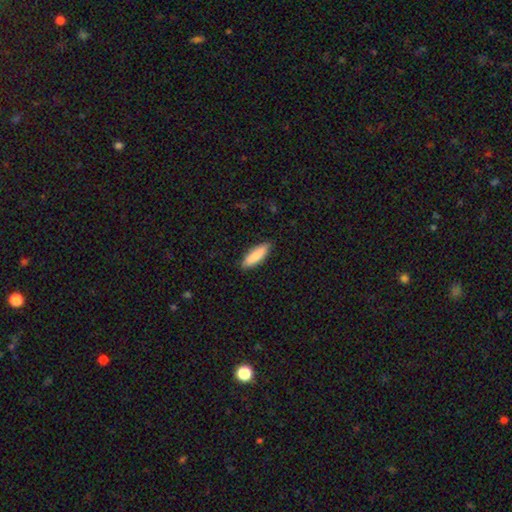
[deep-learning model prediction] This appears to be a smooth galaxy with no disk features (85%) that is cigar-shaped (55%). Merging: none (87%).